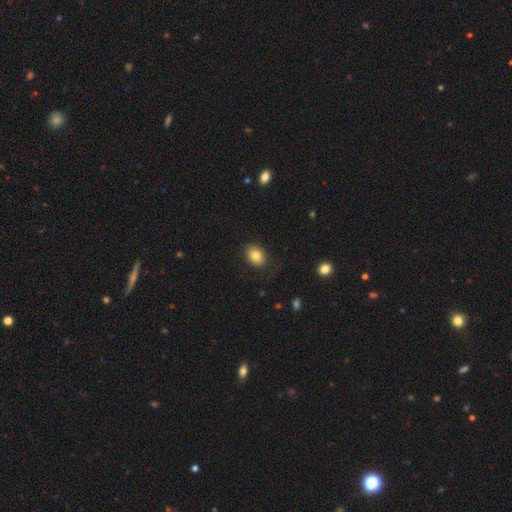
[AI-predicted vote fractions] smooth-or-featured: smooth: 82% | star or artifact: 9% | featured or disk: 9%
  how-rounded: in between: 61% | round: 38% | cigar-shaped: 1%
  merging: none: 84% | minor disturbance: 12% | major disturbance: 3% | merger: 1%